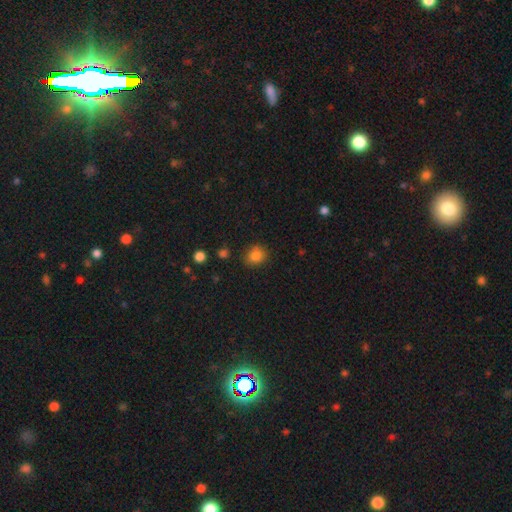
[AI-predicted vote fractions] Morphology: type=smooth (83%); roundness=round (72%); merging=none (83%).